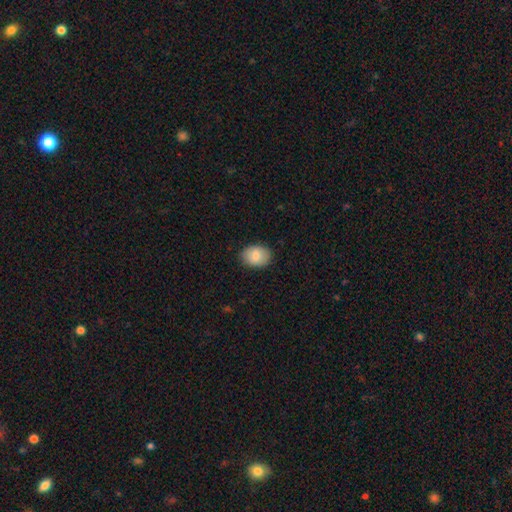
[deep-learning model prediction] Q: Smooth or featured?
A: smooth (83%); runner-up: featured or disk (10%)
Q: How rounded?
A: in between (69%); runner-up: round (30%)
Q: Merging?
A: none (87%); runner-up: minor disturbance (10%)